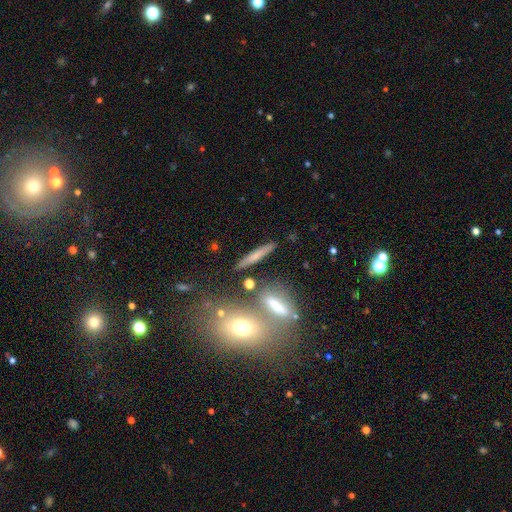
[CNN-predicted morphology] smooth 59%, featured or disk 32%, star or artifact 9%. Down the decision tree: how rounded — cigar-shaped (87%); merging — none (80%).